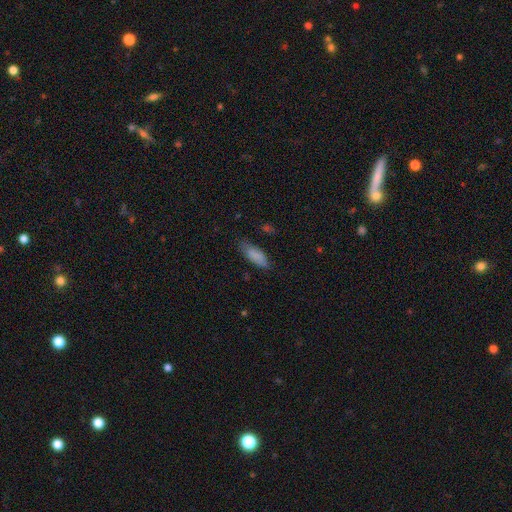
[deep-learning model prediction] The model was most divided on "how rounded": in between: 71%, cigar-shaped: 27%, round: 2%. More confident: smooth or featured — smooth (86%); merging — none (71%).